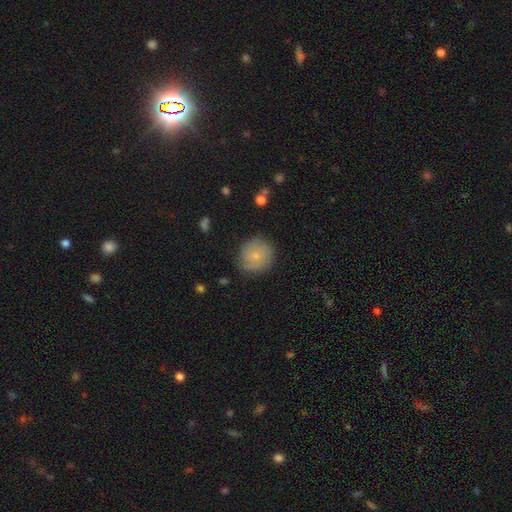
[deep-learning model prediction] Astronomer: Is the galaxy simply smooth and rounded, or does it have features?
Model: smooth — 64%.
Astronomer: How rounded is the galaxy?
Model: round — 90%.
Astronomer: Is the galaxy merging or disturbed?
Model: none — 79%.